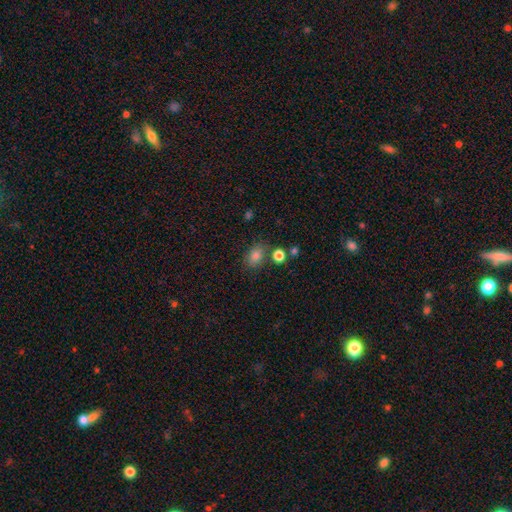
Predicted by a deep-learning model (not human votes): smooth_or_featured: smooth (p=0.80) [alt: star or artifact p=0.13]
how_rounded: in between (p=0.68) [alt: round p=0.31]
merging: none (p=0.75) [alt: minor disturbance p=0.13]